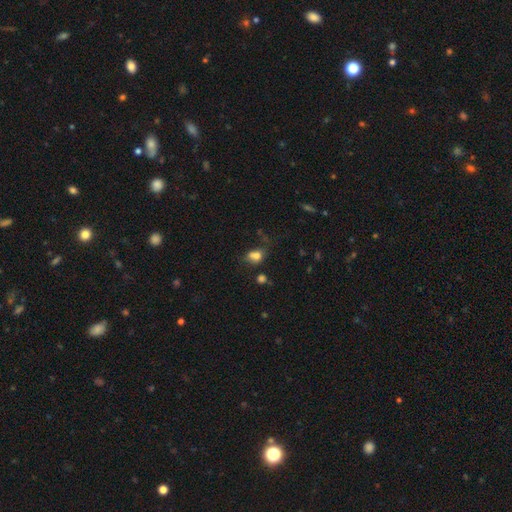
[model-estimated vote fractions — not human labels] Smooth or featured? smooth (75%)
How rounded? in between (56%)
Merging? none (41%)